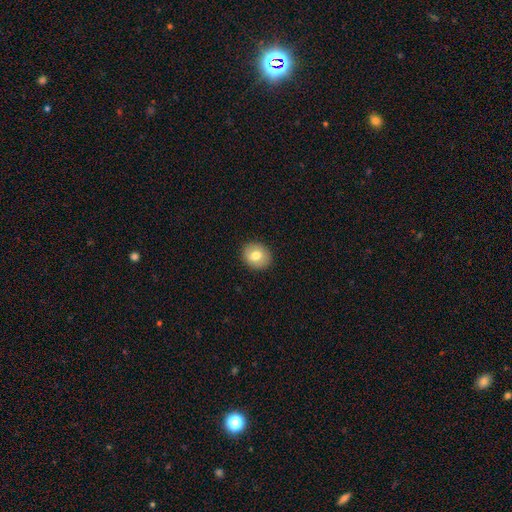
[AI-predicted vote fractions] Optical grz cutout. It shows a smooth galaxy with no disk features (74%) that is round (72%). Merging: none (90%).